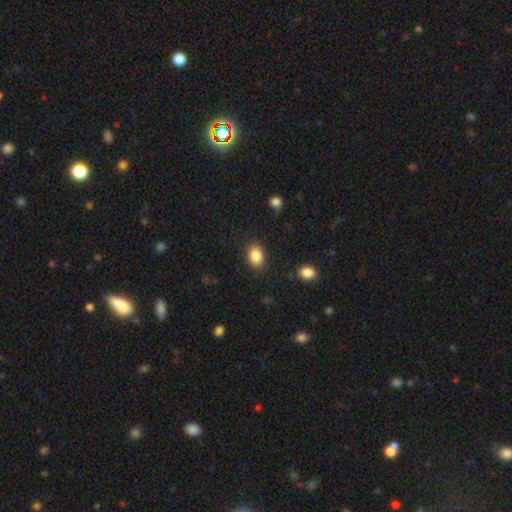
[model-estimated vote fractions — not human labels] smooth_or_featured: smooth (p=0.86) [alt: star or artifact p=0.09]
how_rounded: in between (p=0.72) [alt: round p=0.27]
merging: none (p=0.85) [alt: minor disturbance p=0.10]